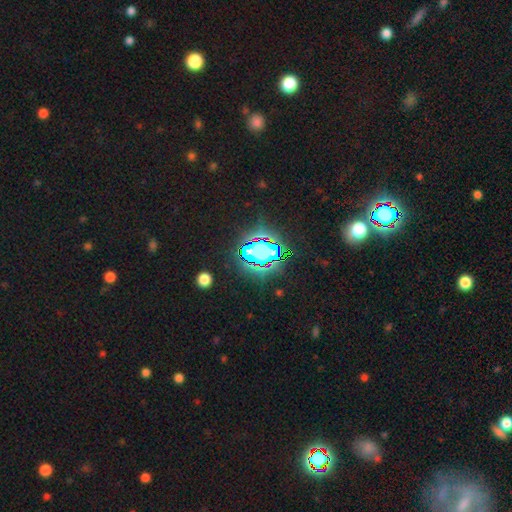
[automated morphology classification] smooth-or-featured: star or artifact: 72% | smooth: 17% | featured or disk: 10%